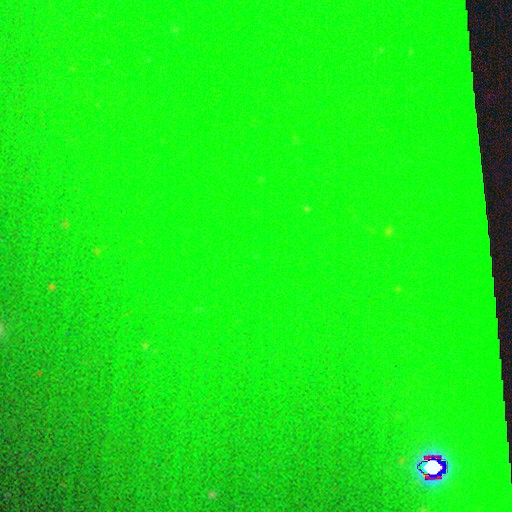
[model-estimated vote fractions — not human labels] Morphology: type=star or artifact (77%).